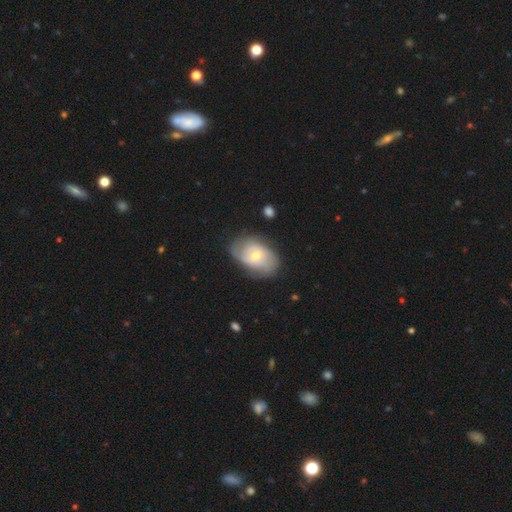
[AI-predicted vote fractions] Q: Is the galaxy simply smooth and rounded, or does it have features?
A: featured or disk — 57%.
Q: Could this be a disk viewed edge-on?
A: no — 95%.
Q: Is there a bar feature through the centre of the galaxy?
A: no — 62%.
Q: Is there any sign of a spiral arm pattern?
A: yes — 72%.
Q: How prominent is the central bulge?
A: moderate — 54%.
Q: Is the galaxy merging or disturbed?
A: none — 65%.